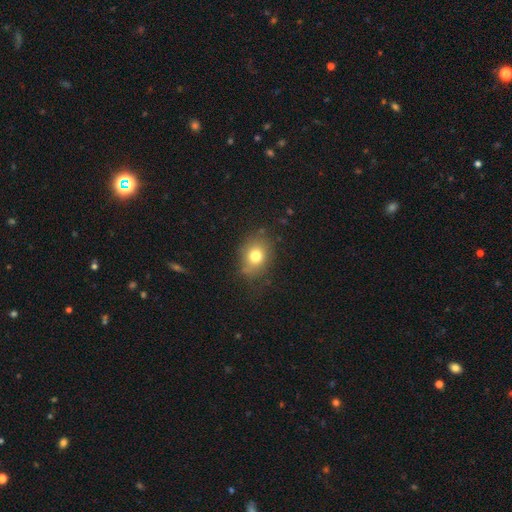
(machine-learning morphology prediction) Overall: smooth (75%). How rounded: in between (50%; round 48%). Merging: none (72%).